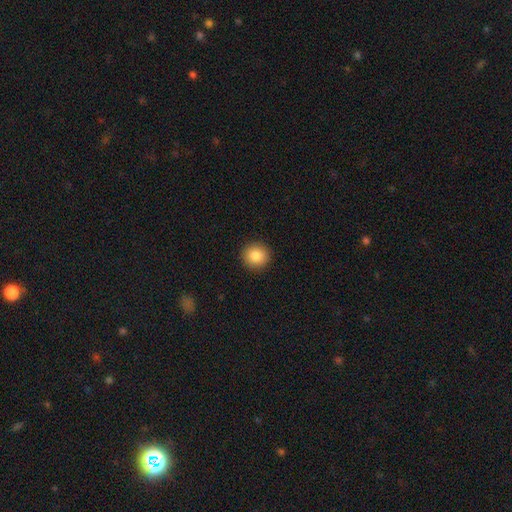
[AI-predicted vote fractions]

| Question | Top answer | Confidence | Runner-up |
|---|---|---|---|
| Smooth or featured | smooth | 85% | star or artifact (9%) |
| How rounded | round | 94% | in between (5%) |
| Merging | none | 93% | minor disturbance (5%) |